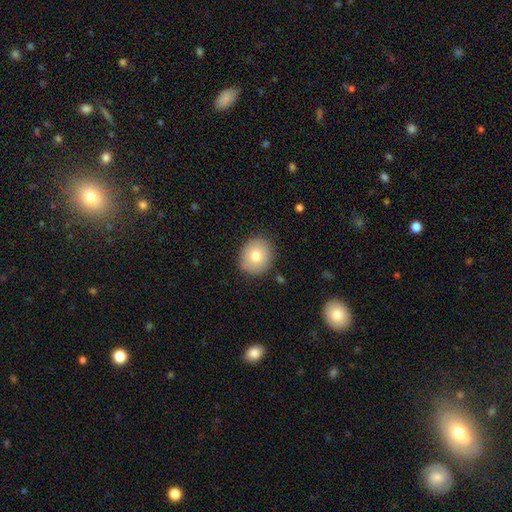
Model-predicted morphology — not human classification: A smooth galaxy with no disk features (77%) that is round (74%). Merging: none (86%).